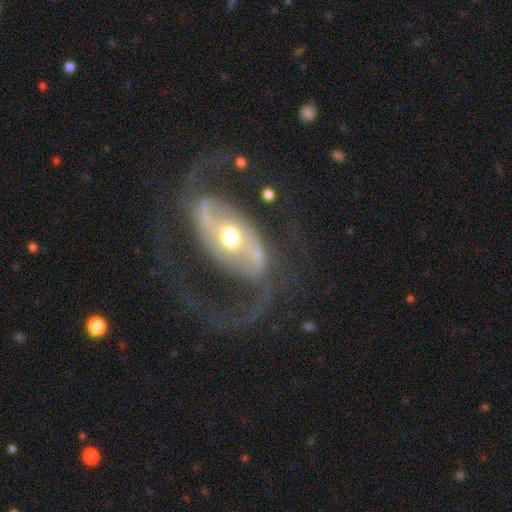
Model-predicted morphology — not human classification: Overall: featured or disk (78%). Edge-on disk: no (93%). Bar: no (46%; weak 30%). Spiral arms: yes (81%). Spiral arm count: 2 (85%). Spiral winding: loose (56%; medium 32%). Bulge size: moderate (73%). Merging: none (51%; major disturbance 29%).